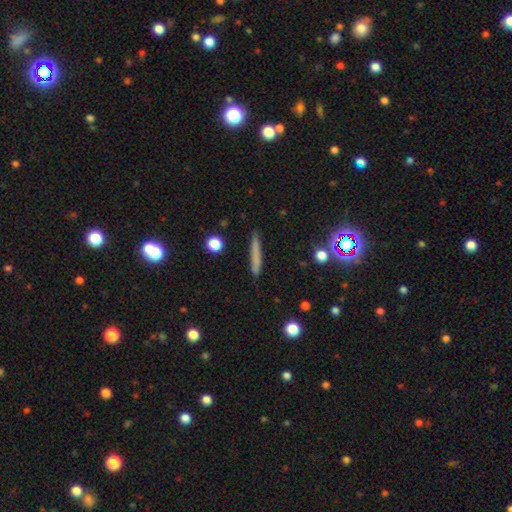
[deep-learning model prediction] Morphology: type=smooth (67%); roundness=cigar-shaped (94%); merging=none (87%).